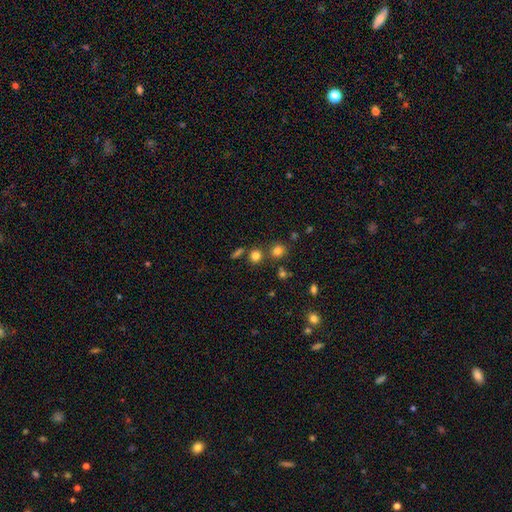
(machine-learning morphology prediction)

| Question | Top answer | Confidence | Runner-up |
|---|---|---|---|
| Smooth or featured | smooth | 77% | star or artifact (17%) |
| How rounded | round | 84% | in between (14%) |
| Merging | none | 74% | merger (14%) |